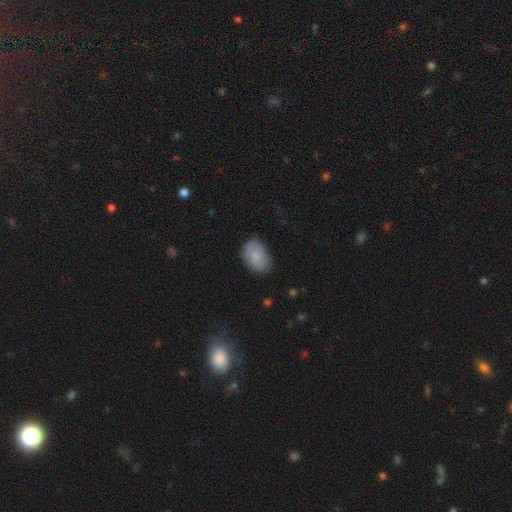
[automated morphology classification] smooth-or-featured: smooth: 83% | featured or disk: 10% | star or artifact: 7%
  how-rounded: in between: 89% | round: 10% | cigar-shaped: 1%
  merging: none: 76% | minor disturbance: 19% | major disturbance: 4% | merger: 1%